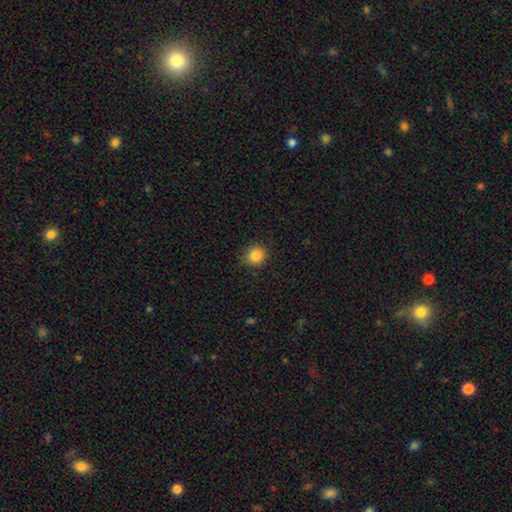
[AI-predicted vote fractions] Smooth or featured?
  - smooth: 85% *
  - star or artifact: 10%
  - featured or disk: 5%
How rounded?
  - round: 83% *
  - in between: 16%
  - cigar-shaped: 1%
Merging?
  - none: 86% *
  - minor disturbance: 10%
  - major disturbance: 2%
  - merger: 1%